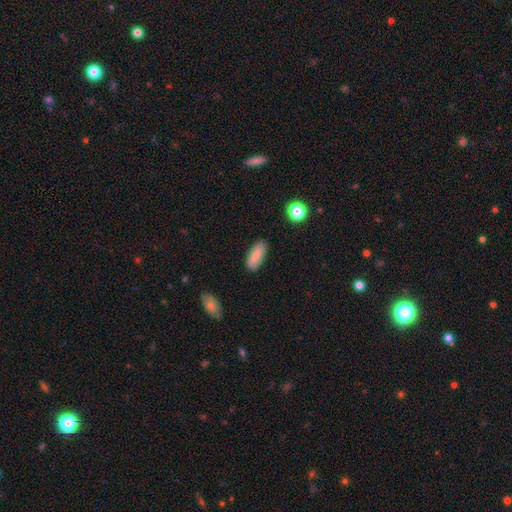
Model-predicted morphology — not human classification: A smooth galaxy with no disk features (81%) that is in between round and cigar-shaped (81%). Merging: none (84%).